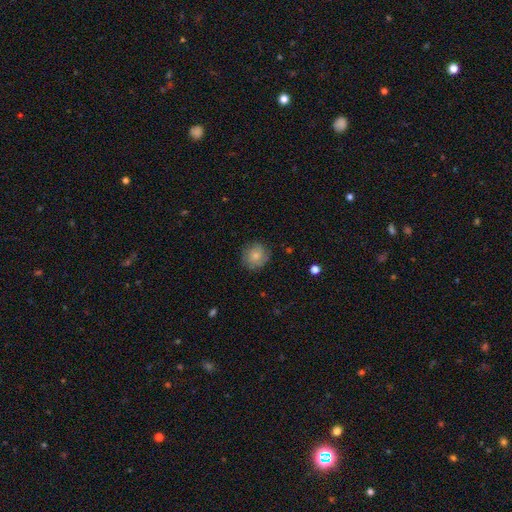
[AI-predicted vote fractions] This is likely a smooth galaxy (72%). How rounded: clearly round (85%). Merging: clearly none (81%).